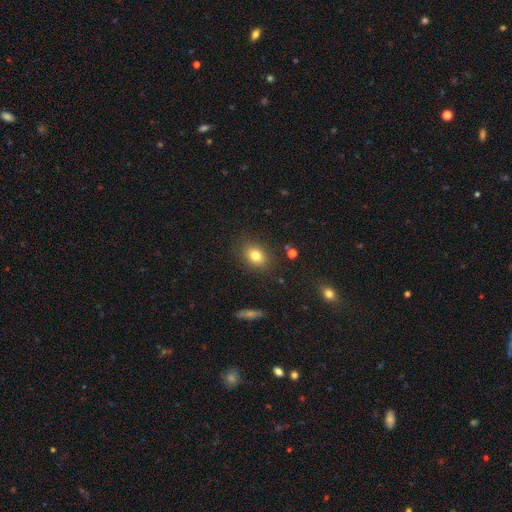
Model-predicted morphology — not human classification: type=smooth (80%); roundness=in between (65%); merging=none (86%).